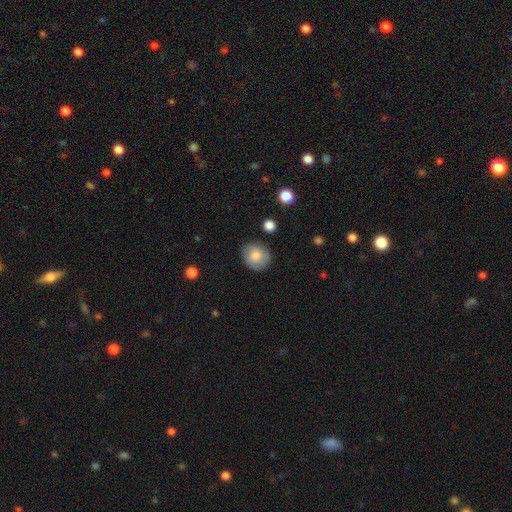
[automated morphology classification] Smooth or featured?
  - smooth: 80% *
  - featured or disk: 12%
  - star or artifact: 8%
How rounded?
  - round: 79% *
  - in between: 20%
  - cigar-shaped: 1%
Merging?
  - none: 80% *
  - minor disturbance: 15%
  - major disturbance: 4%
  - merger: 2%